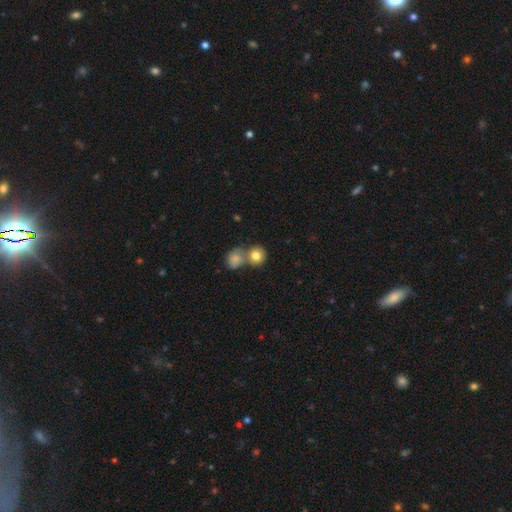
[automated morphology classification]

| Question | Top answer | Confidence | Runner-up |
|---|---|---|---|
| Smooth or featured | smooth | 81% | featured or disk (10%) |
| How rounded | round | 82% | in between (17%) |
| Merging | merger | 46% | none (42%) |